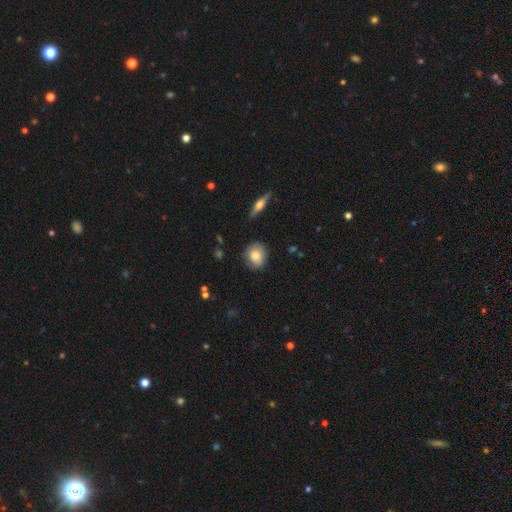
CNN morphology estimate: The model was most divided on "how rounded": round: 77%, in between: 21%, cigar-shaped: 2%. More confident: smooth or featured — smooth (77%); merging — none (77%).